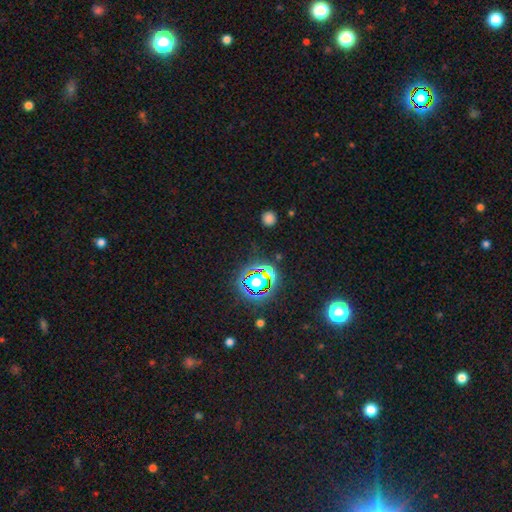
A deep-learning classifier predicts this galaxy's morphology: Smooth or featured? Predicted: star or artifact (p=0.77).